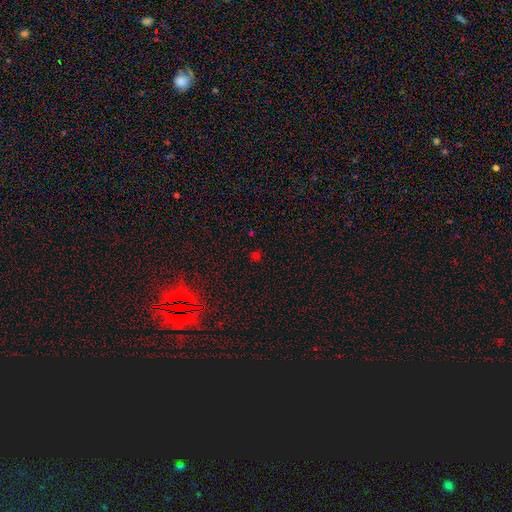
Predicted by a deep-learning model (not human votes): Overall: star or artifact (49%; smooth 45%).